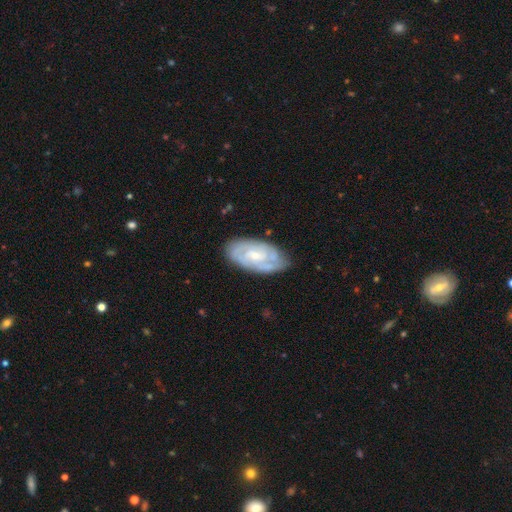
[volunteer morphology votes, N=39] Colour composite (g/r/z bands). It shows a featured or disk galaxy (90%) with no bar (72%), tight (79%) spiral arms (91%) and a small central bulge (97%). Merging: none (69%).